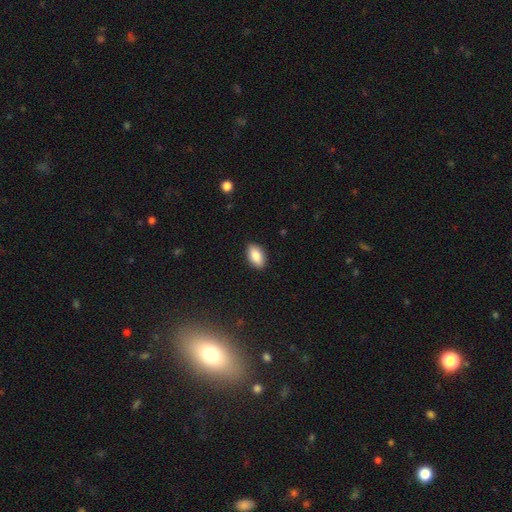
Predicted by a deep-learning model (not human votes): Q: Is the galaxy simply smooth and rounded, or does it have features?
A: smooth — 86%.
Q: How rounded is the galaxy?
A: in between — 92%.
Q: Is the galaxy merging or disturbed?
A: none — 89%.